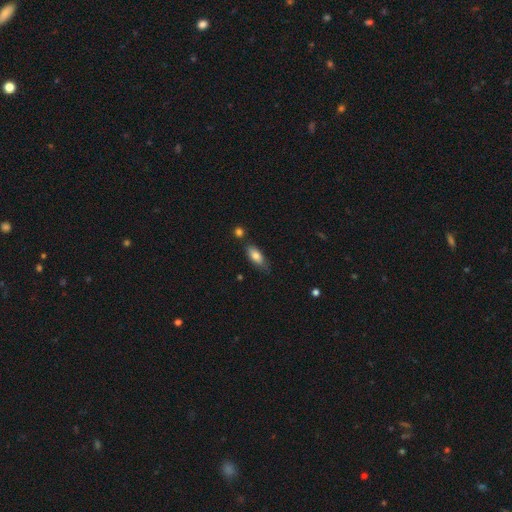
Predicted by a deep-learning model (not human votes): Smooth or featured? Predicted: smooth (p=0.79). How rounded? Predicted: in between (p=0.78). Merging? Predicted: none (p=0.71).